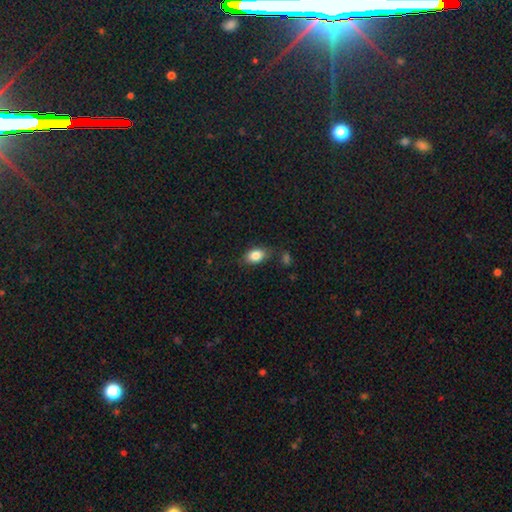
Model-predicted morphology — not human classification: smooth 83%, featured or disk 8%, star or artifact 8%. Down the decision tree: how rounded — in between (86%); merging — none (77%).